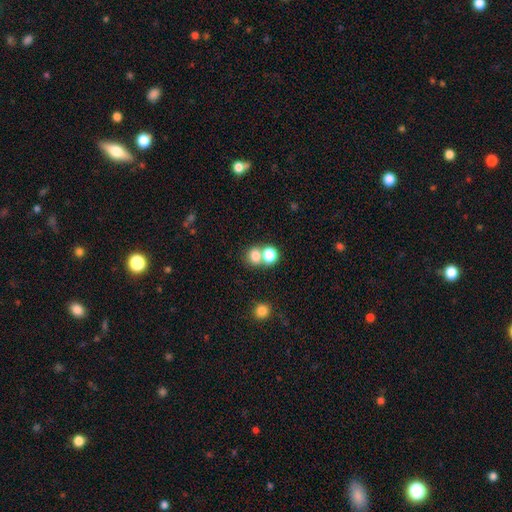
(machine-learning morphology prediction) smooth 77%, star or artifact 14%, featured or disk 10%. Down the decision tree: how rounded — round (71%); merging — merger (47%).